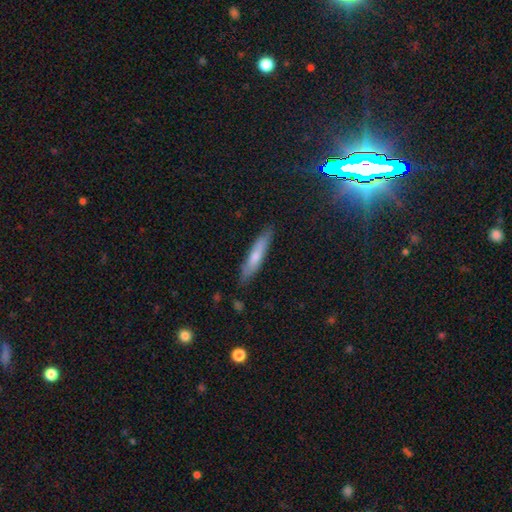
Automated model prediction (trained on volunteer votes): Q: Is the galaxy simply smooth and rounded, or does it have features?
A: smooth — 64%.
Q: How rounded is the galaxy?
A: cigar-shaped — 86%.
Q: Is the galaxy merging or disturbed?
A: none — 84%.